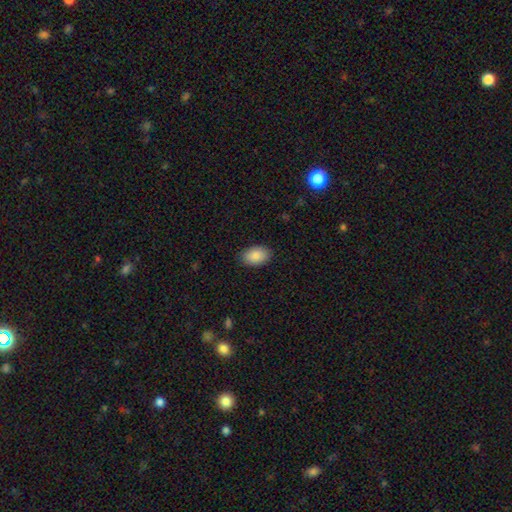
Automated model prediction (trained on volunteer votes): smooth-or-featured: smooth: 88% | star or artifact: 7% | featured or disk: 5%
  how-rounded: in between: 90% | round: 9% | cigar-shaped: 1%
  merging: none: 88% | minor disturbance: 9% | major disturbance: 2% | merger: 1%